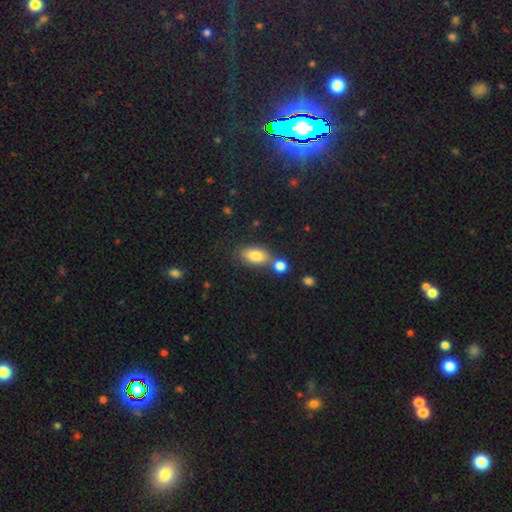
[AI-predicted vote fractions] Overall: smooth (80%). How rounded: in between (86%). Merging: none (55%; merger 29%).